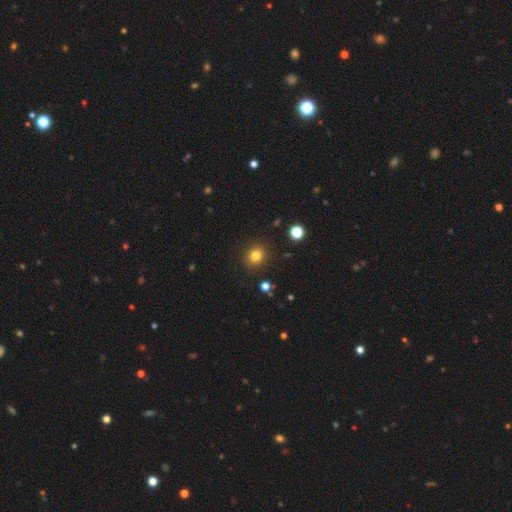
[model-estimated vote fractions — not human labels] This is clearly a smooth galaxy (81%). How rounded: clearly round (83%). Merging: clearly none (90%).